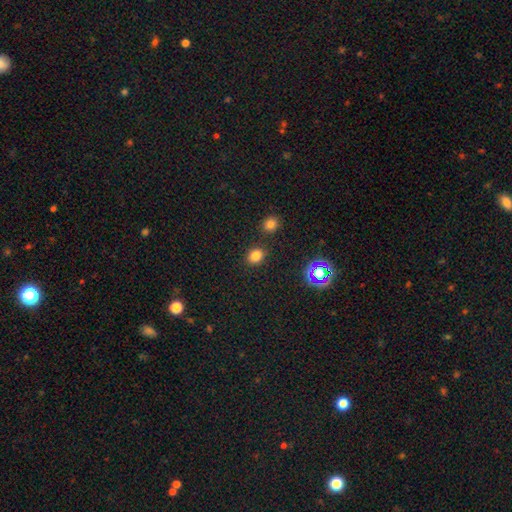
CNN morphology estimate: type=smooth (78%); roundness=round (58%); merging=none (84%).